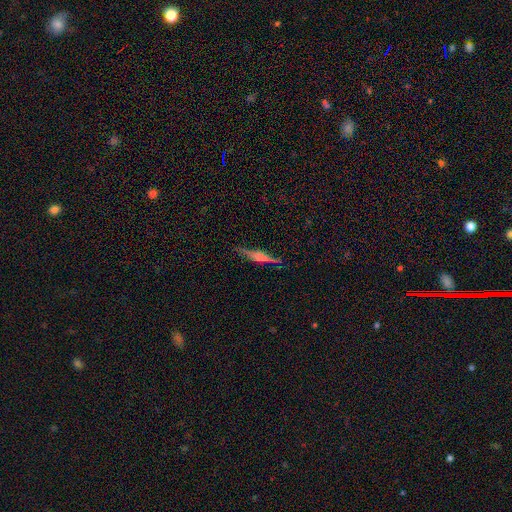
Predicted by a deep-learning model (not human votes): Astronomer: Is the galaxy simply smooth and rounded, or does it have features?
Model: featured or disk — 44% (runner-up: smooth, 32%).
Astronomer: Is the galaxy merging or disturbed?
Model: none — 82%.